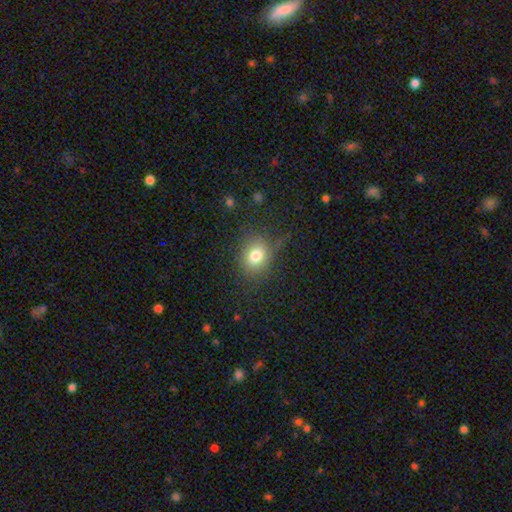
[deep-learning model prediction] Morphology: type=smooth (77%); roundness=round (50%); merging=none (70%).